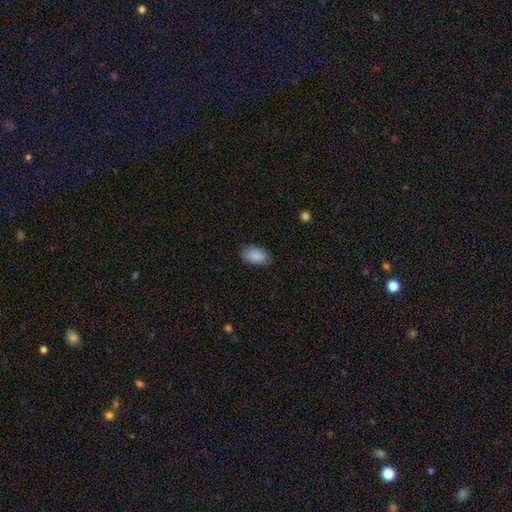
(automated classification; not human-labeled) The model was most divided on "merging": none: 84%, minor disturbance: 13%, major disturbance: 3%, merger: 1%. More confident: how rounded — in between (94%); smooth or featured — smooth (90%).